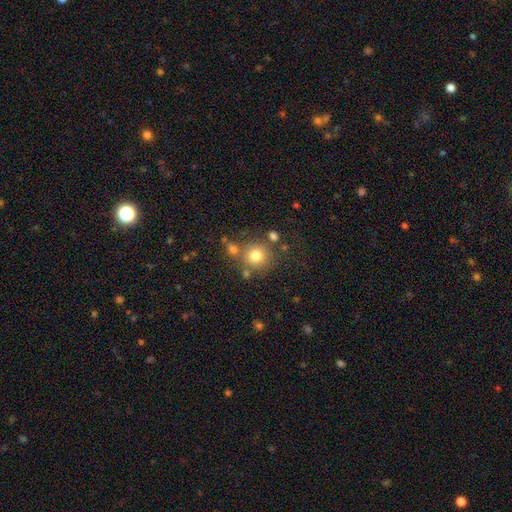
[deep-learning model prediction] Smooth or featured? Predicted: smooth (p=0.76). How rounded? Predicted: round (p=0.91). Merging? Predicted: none (p=0.72).